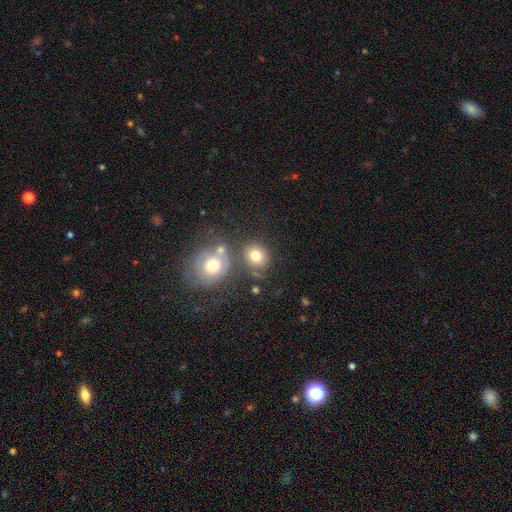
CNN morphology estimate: smooth 74%, featured or disk 15%, star or artifact 11%. Down the decision tree: how rounded — round (76%); merging — none (59%).